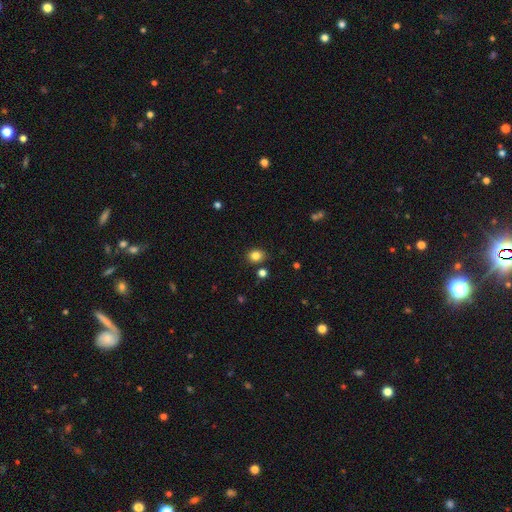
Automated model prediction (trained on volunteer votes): smooth_or_featured: smooth (p=0.82) [alt: star or artifact p=0.12]
how_rounded: round (p=0.60) [alt: in between p=0.39]
merging: none (p=0.83) [alt: minor disturbance p=0.10]